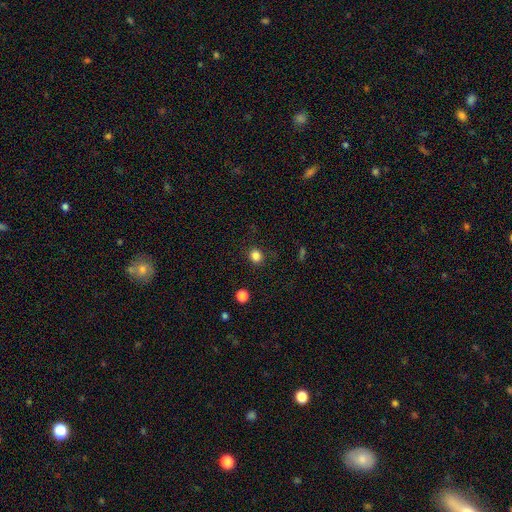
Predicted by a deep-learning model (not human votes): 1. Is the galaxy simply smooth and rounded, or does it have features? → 83% smooth, 13% star or artifact, 4% featured or disk.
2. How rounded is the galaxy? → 84% round, 15% in between, 1% cigar-shaped.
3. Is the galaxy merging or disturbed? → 87% none, 9% minor disturbance, 3% major disturbance, 1% merger.